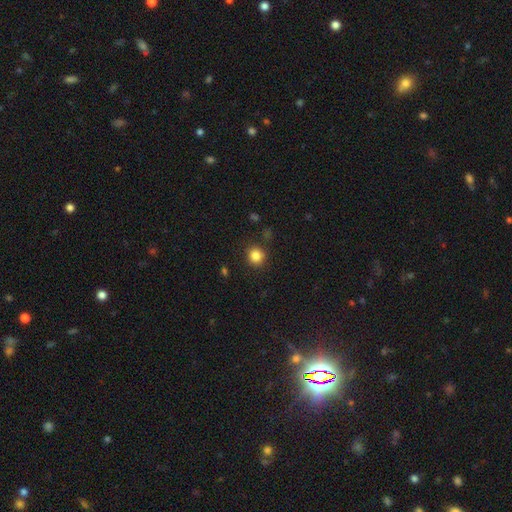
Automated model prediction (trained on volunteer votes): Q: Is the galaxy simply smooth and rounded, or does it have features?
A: smooth — 84%.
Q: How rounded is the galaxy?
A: round — 87%.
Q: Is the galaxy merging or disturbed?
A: none — 87%.